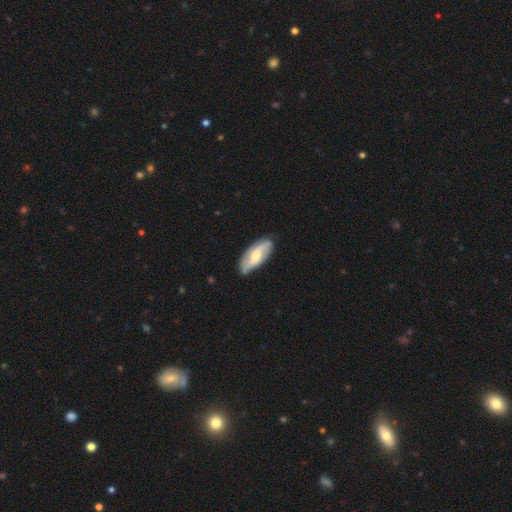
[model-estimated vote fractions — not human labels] smooth-or-featured: featured or disk: 50% | smooth: 45% | star or artifact: 5%
  merging: none: 81% | minor disturbance: 15% | major disturbance: 3% | merger: 2%